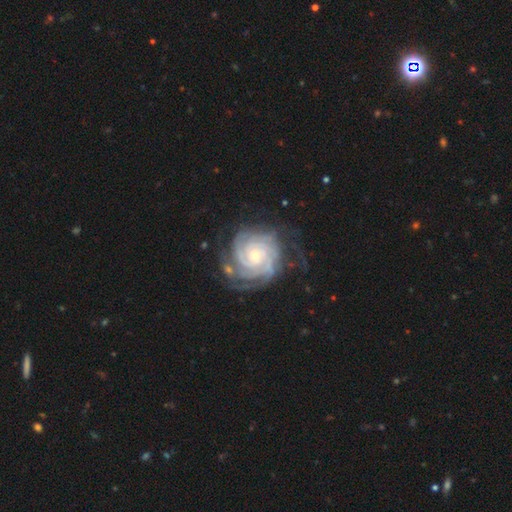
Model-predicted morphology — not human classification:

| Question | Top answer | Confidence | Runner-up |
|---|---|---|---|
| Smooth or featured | featured or disk | 90% | smooth (5%) |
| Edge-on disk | no | 98% | yes (2%) |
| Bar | no | 75% | weak (20%) |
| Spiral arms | yes | 98% | no (2%) |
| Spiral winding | tight | 81% | medium (16%) |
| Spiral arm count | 4 | 30% | can't tell (22%) |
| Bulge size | small | 63% | moderate (32%) |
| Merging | none | 66% | minor disturbance (19%) |